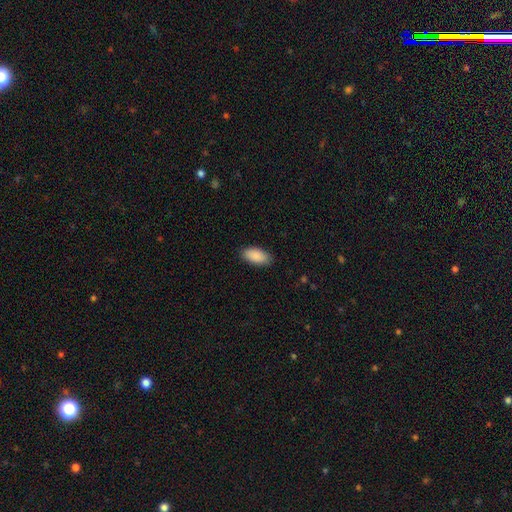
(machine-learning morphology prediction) Smooth or featured? Predicted: smooth (p=0.90). How rounded? Predicted: in between (p=0.92). Merging? Predicted: none (p=0.87).